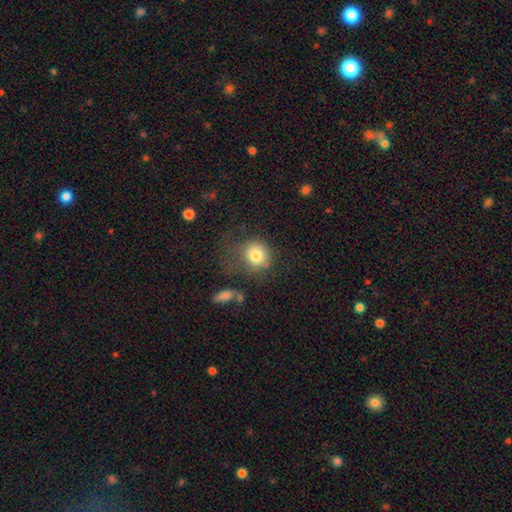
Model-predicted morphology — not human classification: type=smooth (80%); roundness=round (78%); merging=none (49%).